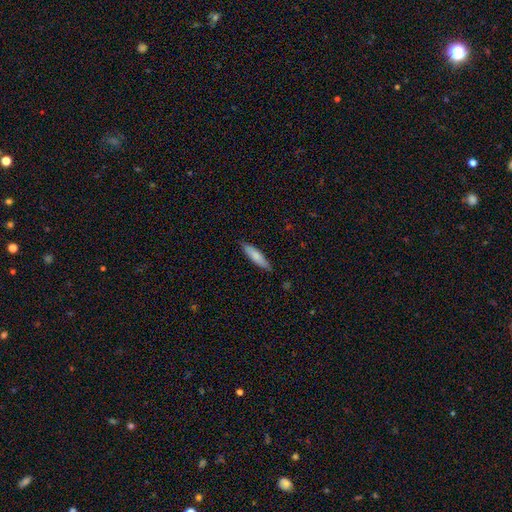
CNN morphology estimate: Smooth or featured? Predicted: smooth (p=0.79). How rounded? Predicted: cigar-shaped (p=0.73). Merging? Predicted: none (p=0.85).